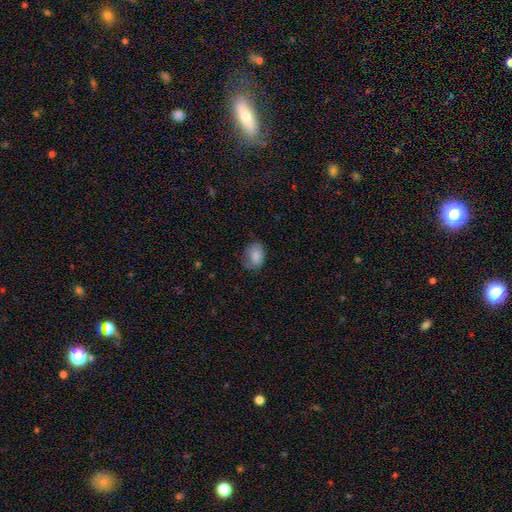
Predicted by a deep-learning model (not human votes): Smooth or featured: smooth — 84% (featured or disk — 9%)
How rounded: in between — 68% (round — 31%)
Merging: none — 60% (minor disturbance — 29%)